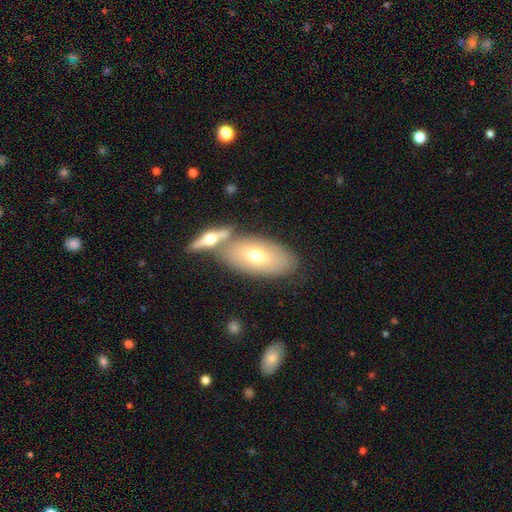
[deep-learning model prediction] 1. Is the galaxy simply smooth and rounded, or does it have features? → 60% smooth, 32% featured or disk, 7% star or artifact.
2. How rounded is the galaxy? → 91% in between, 5% cigar-shaped, 4% round.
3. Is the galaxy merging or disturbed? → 55% none, 30% merger, 11% minor disturbance, 4% major disturbance.